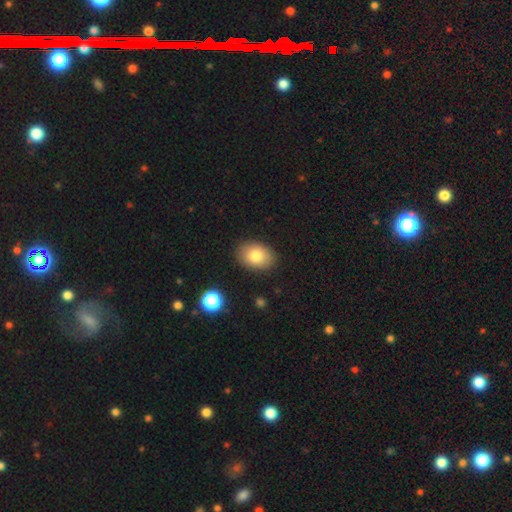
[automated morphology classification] Q: Smooth or featured?
A: smooth (82%); runner-up: featured or disk (10%)
Q: How rounded?
A: in between (79%); runner-up: round (20%)
Q: Merging?
A: none (87%); runner-up: minor disturbance (9%)